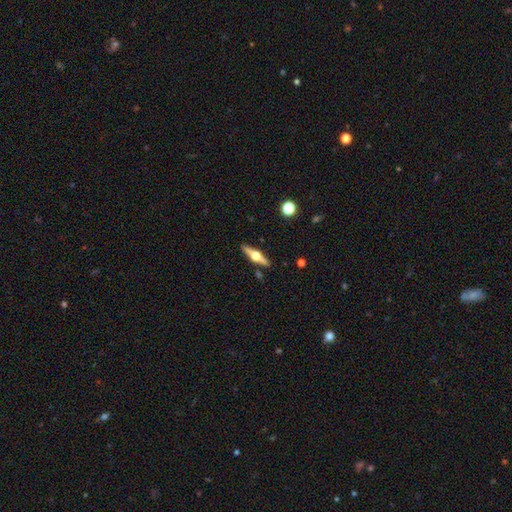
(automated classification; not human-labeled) Smooth or featured? featured or disk (75%)
Edge-on disk? yes (97%)
Edge-on bulge? rounded (95%)
Merging? none (89%)